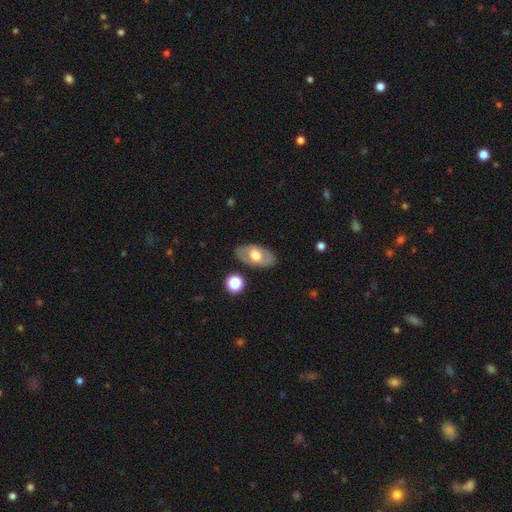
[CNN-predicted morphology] Overall: smooth (51%; featured or disk 43%). How rounded: in between (91%). Merging: none (82%).